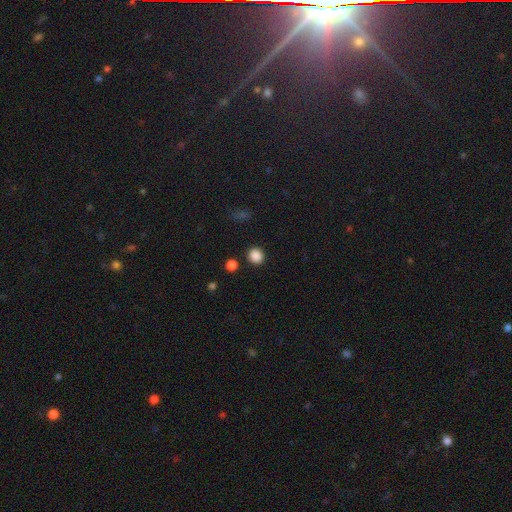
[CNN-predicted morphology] smooth 87%, star or artifact 10%, featured or disk 3%. Down the decision tree: how rounded — round (86%); merging — none (89%).